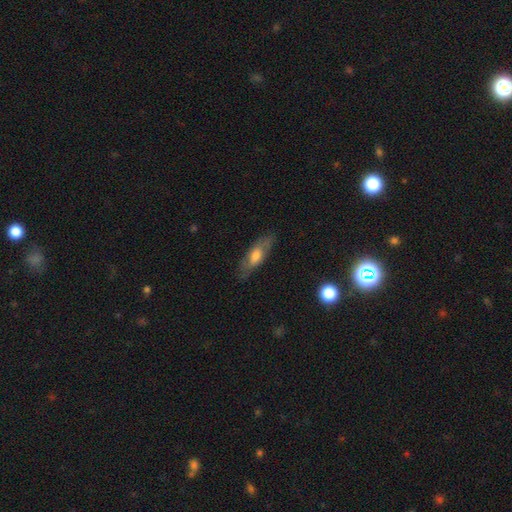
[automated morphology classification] A smooth galaxy with no disk features (54%) that is in between round and cigar-shaped (65%).

Vote fractions:
- Smooth or featured? smooth: 54% / featured or disk: 40% / star or artifact: 7%
- How rounded? in between: 65% / cigar-shaped: 32% / round: 3%
- Merging? none: 76% / minor disturbance: 17% / major disturbance: 5% / merger: 1%